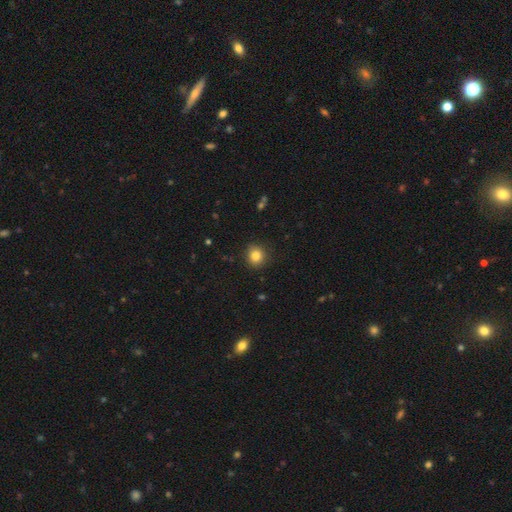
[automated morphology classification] Smooth or featured? Predicted: smooth (p=0.84). How rounded? Predicted: round (p=0.89). Merging? Predicted: none (p=0.89).